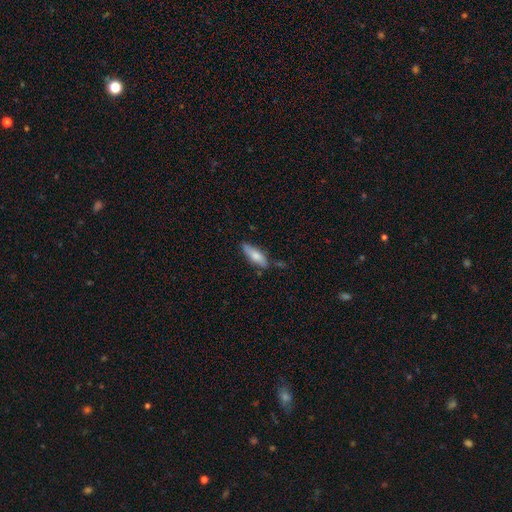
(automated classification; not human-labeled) This appears to be a smooth galaxy with no disk features (73%) that is cigar-shaped (52%). Merging: none (72%).